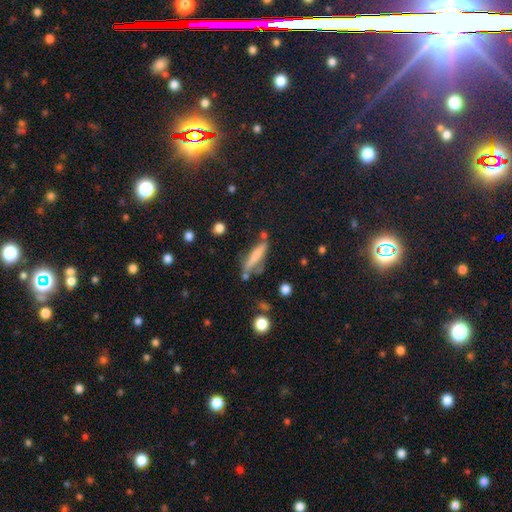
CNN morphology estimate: Smooth or featured: smooth — 63% (featured or disk — 29%)
How rounded: cigar-shaped — 82% (in between — 16%)
Merging: none — 62% (minor disturbance — 19%)